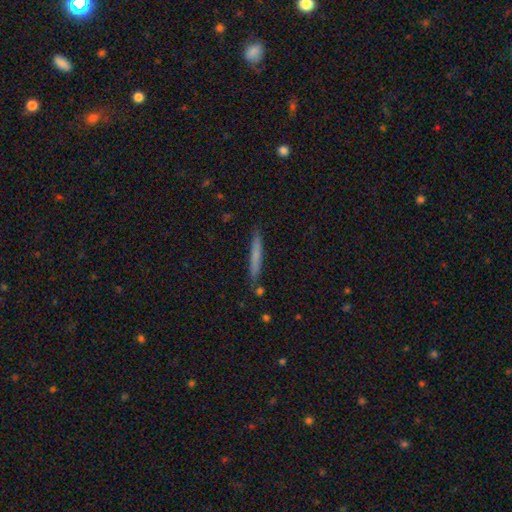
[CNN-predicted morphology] This is likely a smooth galaxy (63%). How rounded: clearly cigar-shaped (96%). Merging: clearly none (85%).